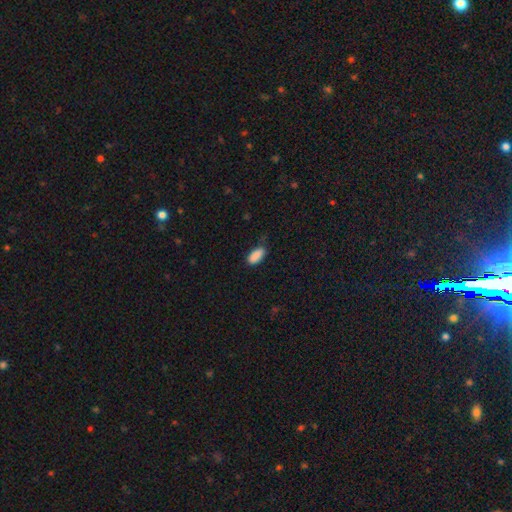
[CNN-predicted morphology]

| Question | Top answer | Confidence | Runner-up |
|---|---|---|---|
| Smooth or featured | smooth | 89% | star or artifact (7%) |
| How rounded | in between | 89% | cigar-shaped (8%) |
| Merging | none | 73% | minor disturbance (22%) |